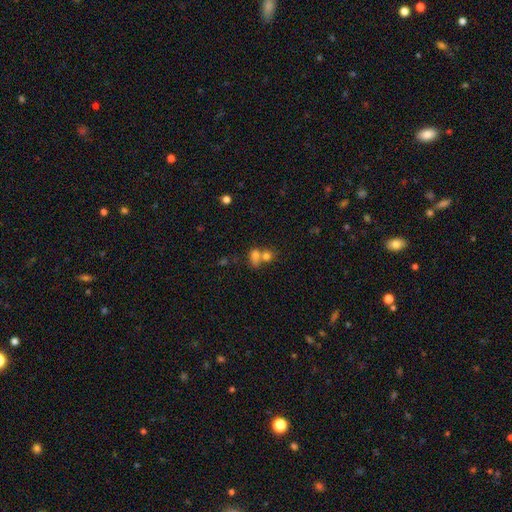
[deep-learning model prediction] Smooth or featured: smooth — 73% (featured or disk — 14%)
How rounded: in between — 55% (round — 43%)
Merging: merger — 63% (none — 25%)